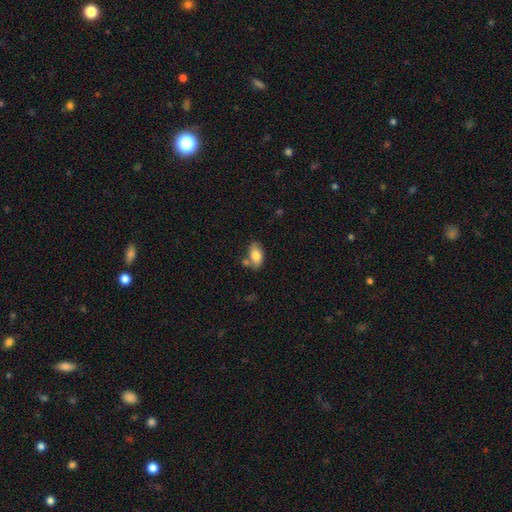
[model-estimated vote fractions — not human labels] Smooth or featured? Predicted: smooth (p=0.80). How rounded? Predicted: in between (p=0.91). Merging? Predicted: none (p=0.62).